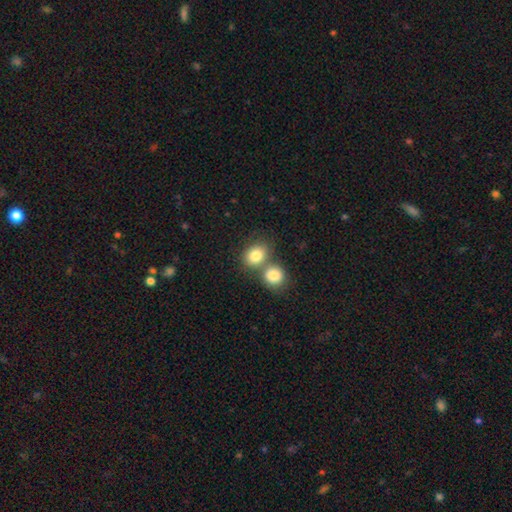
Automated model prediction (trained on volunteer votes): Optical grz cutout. It shows a smooth galaxy with no disk features (83%) that is round (58%). Merging: merger (45%).